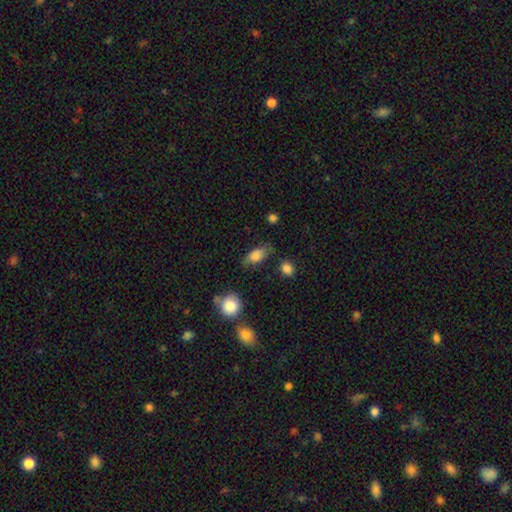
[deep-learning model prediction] Smooth or featured? smooth (78%)
How rounded? in between (86%)
Merging? none (69%)